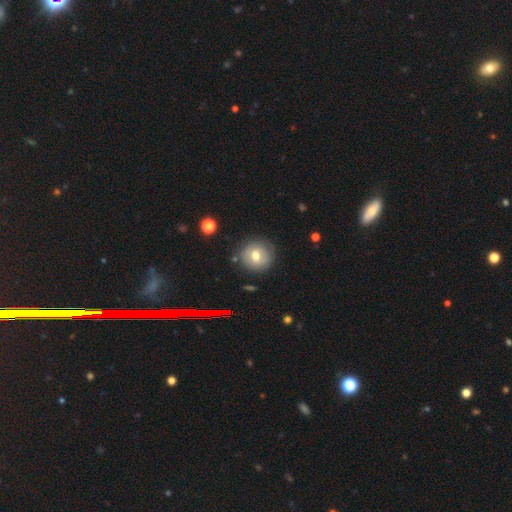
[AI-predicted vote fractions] Overall: smooth (65%; featured or disk 25%). How rounded: round (90%). Merging: none (82%).